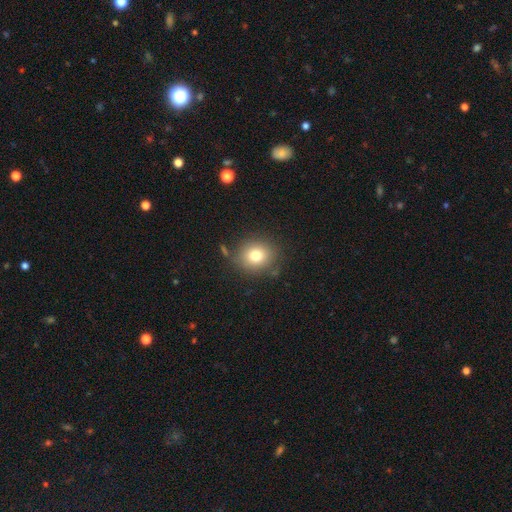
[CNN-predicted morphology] A smooth galaxy with no disk features (78%) that is round (77%). Merging: none (81%).